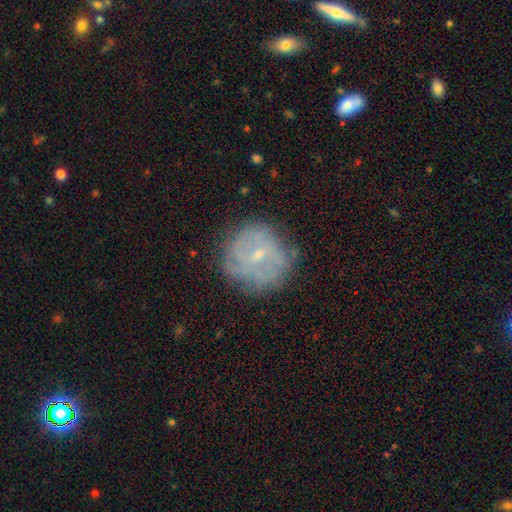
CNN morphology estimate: featured or disk 57%, smooth 32%, star or artifact 11%. Down the decision tree: edge-on disk — no (97%); bar — no (52%); spiral arms — yes (68%); bulge size — small (75%); merging — none (75%).